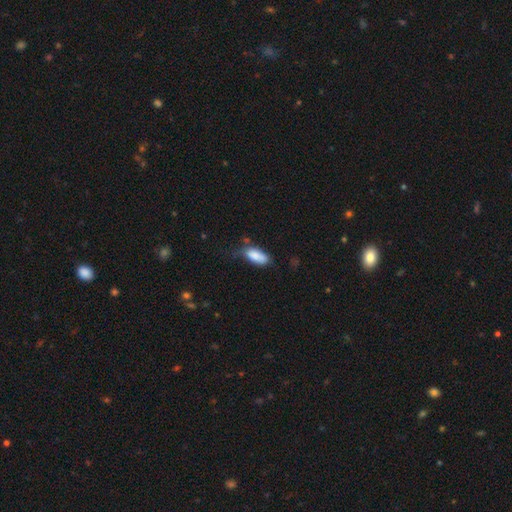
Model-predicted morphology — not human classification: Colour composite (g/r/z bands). It shows a smooth galaxy with no disk features (84%) that is in between round and cigar-shaped (85%). Merging: none (45%).